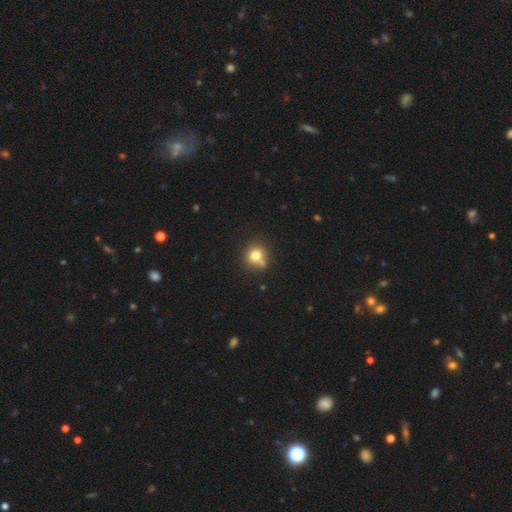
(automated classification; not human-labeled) Morphology: type=smooth (76%); roundness=round (84%); merging=none (63%).